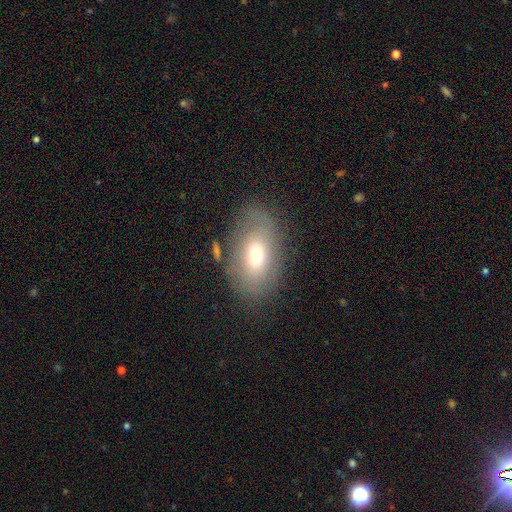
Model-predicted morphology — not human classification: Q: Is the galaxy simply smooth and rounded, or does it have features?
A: smooth — 62%.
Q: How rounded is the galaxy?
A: in between — 84%.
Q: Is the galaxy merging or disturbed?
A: none — 70%.